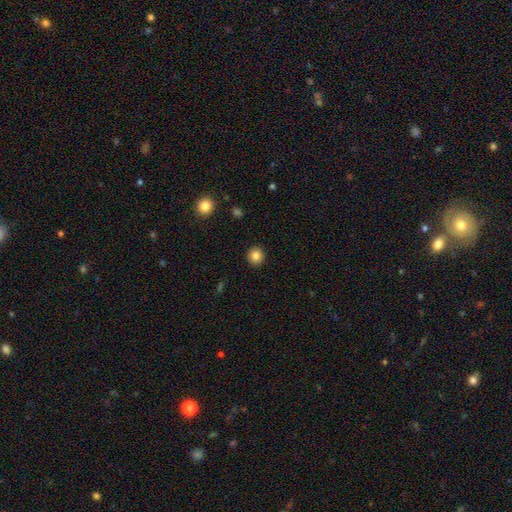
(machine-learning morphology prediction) Overall: smooth (85%). How rounded: round (89%). Merging: none (92%).